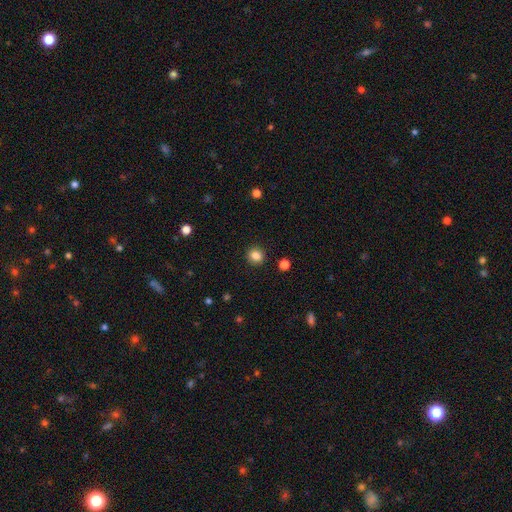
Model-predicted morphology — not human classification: Smooth or featured: smooth — 85% (star or artifact — 11%)
How rounded: round — 86% (in between — 14%)
Merging: none — 92% (minor disturbance — 5%)